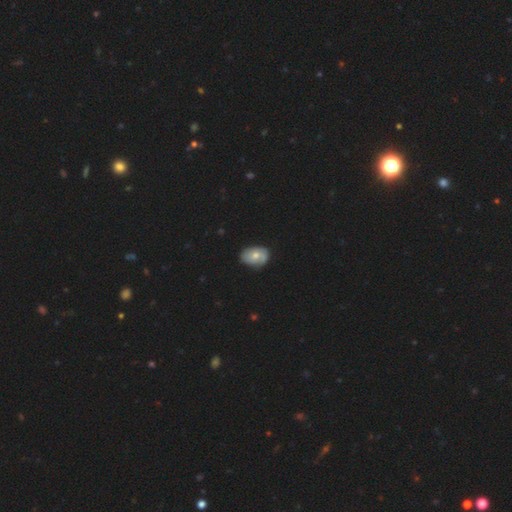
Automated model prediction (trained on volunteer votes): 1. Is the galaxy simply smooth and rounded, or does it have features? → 57% smooth, 36% featured or disk, 8% star or artifact.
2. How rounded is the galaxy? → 76% in between, 23% round, 1% cigar-shaped.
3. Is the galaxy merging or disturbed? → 71% none, 23% minor disturbance, 5% major disturbance, 2% merger.